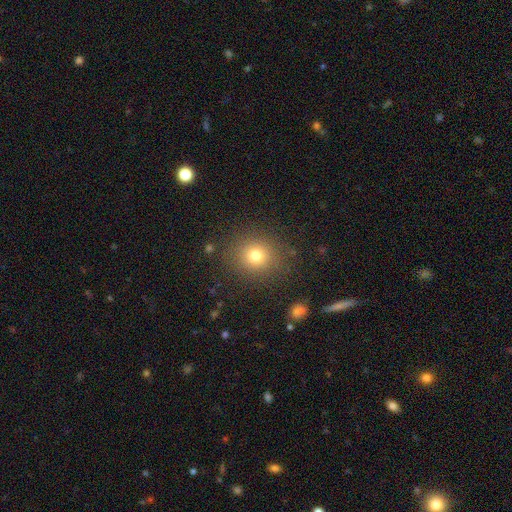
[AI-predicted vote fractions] Overall: smooth (76%). How rounded: round (85%). Merging: none (86%).